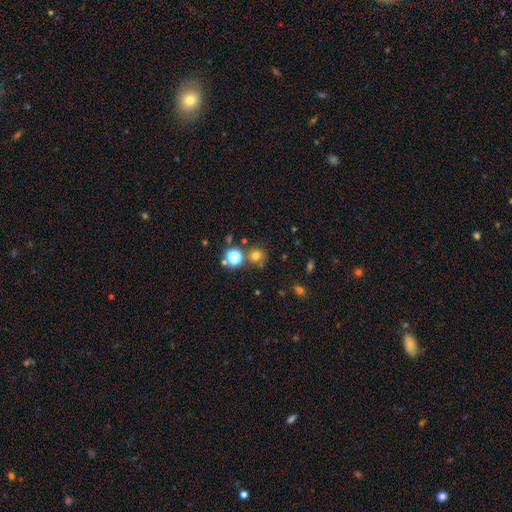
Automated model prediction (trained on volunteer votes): Q: Smooth or featured?
A: smooth (68%); runner-up: star or artifact (24%)
Q: How rounded?
A: round (89%); runner-up: in between (10%)
Q: Merging?
A: none (74%); runner-up: merger (12%)